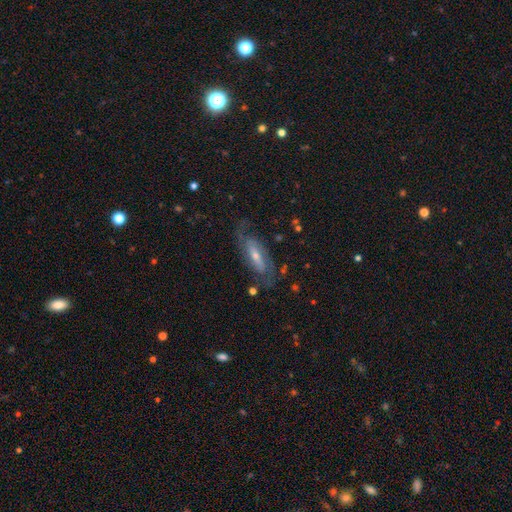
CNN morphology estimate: smooth-or-featured: featured or disk: 76% | smooth: 16% | star or artifact: 7%
  disk-edge-on: no: 85% | yes: 15%
    bar: weak: 37% | no: 35% | strong: 28%
    has-spiral-arms: yes: 89% | no: 11%
      spiral-winding: medium: 44% | tight: 35% | loose: 22%
      spiral-arm-count: 2: 76% | can't tell: 15% | 1: 3% | 3: 3% | 4: 1% | more than 4: 1%
    bulge-size: small: 52% | moderate: 41% | large: 3% | none: 2% | dominant: 1%
  merging: none: 71% | minor disturbance: 16% | major disturbance: 10% | merger: 2%